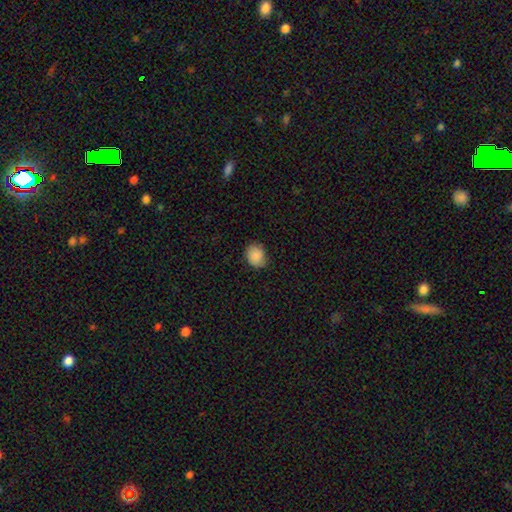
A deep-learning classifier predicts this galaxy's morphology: smooth_or_featured: smooth (p=0.88) [alt: star or artifact p=0.08]
how_rounded: round (p=0.52) [alt: in between p=0.47]
merging: none (p=0.79) [alt: minor disturbance p=0.17]